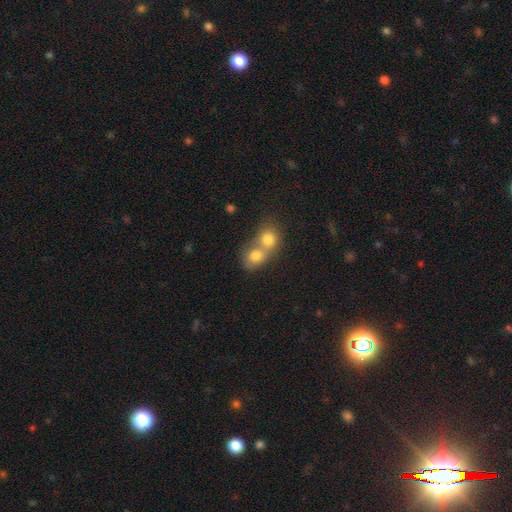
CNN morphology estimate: The model was most divided on "how rounded": round: 63%, in between: 36%, cigar-shaped: 1%. More confident: smooth or featured — smooth (77%); merging — merger (72%).